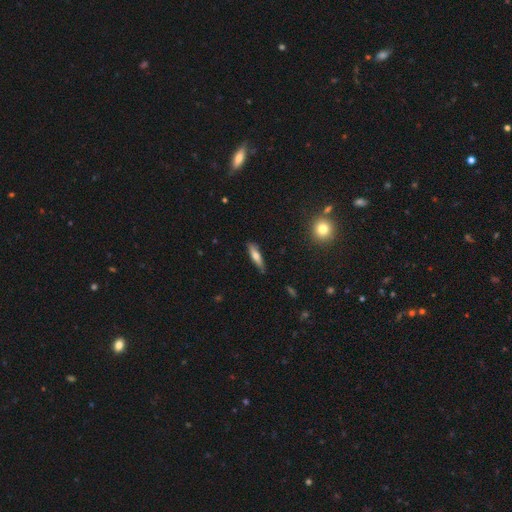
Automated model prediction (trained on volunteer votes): Smooth or featured? Predicted: smooth (p=0.61). How rounded? Predicted: cigar-shaped (p=0.77). Merging? Predicted: none (p=0.83).